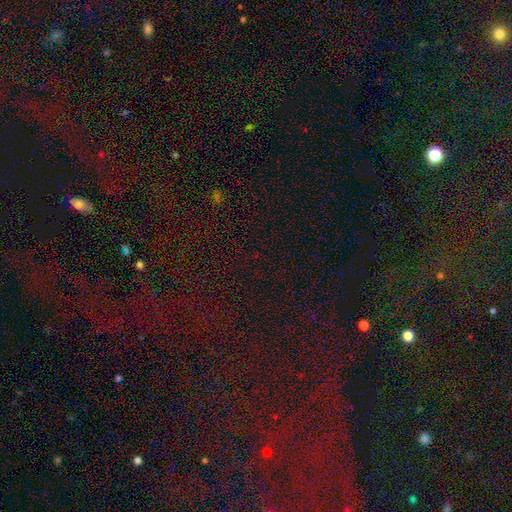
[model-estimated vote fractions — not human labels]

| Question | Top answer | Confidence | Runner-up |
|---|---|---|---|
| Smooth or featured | star or artifact | 72% | smooth (21%) |